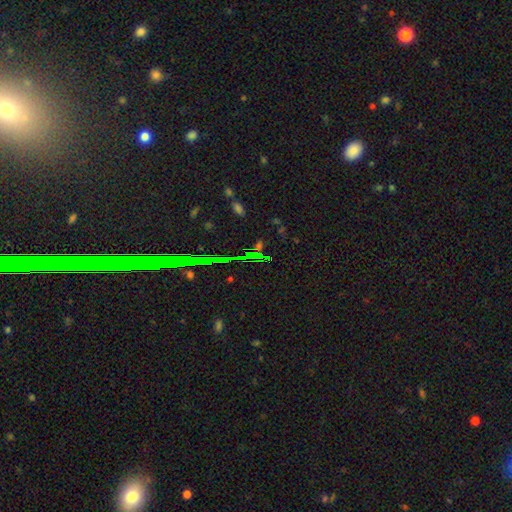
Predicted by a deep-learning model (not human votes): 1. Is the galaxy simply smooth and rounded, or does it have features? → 73% star or artifact, 17% smooth, 11% featured or disk.